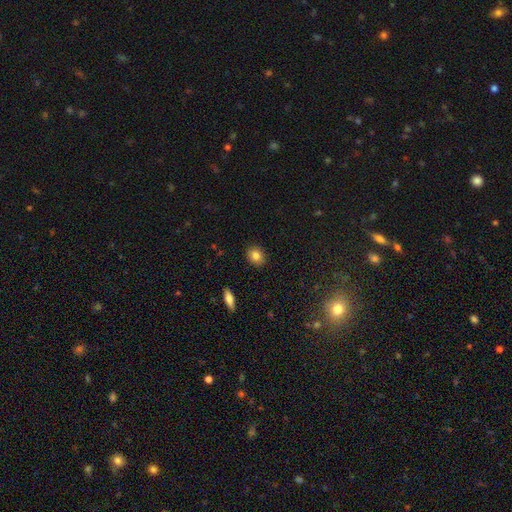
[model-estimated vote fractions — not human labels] This is clearly a smooth galaxy (83%). How rounded: likely round (61%). Merging: clearly none (90%).